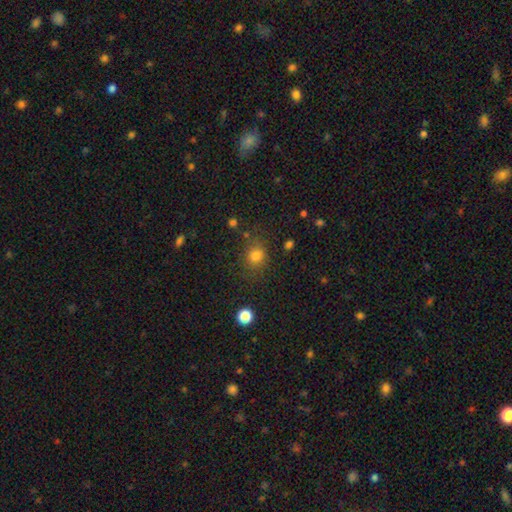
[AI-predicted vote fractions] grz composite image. It shows a smooth galaxy with no disk features (79%) that is round (74%). Merging: none (77%).